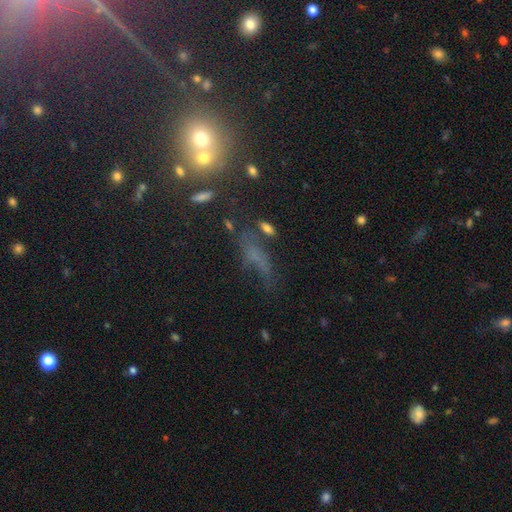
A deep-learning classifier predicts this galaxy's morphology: Smooth or featured? Predicted: smooth (p=0.35). Merging? Predicted: none (p=0.43).